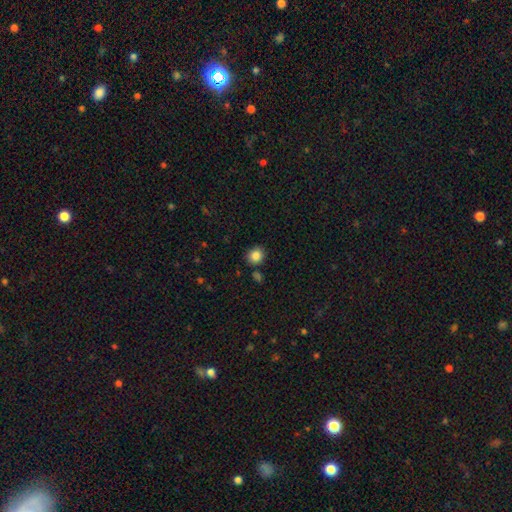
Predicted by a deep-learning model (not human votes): A smooth galaxy with no disk features (85%) that is round (74%). Merging: none (82%).